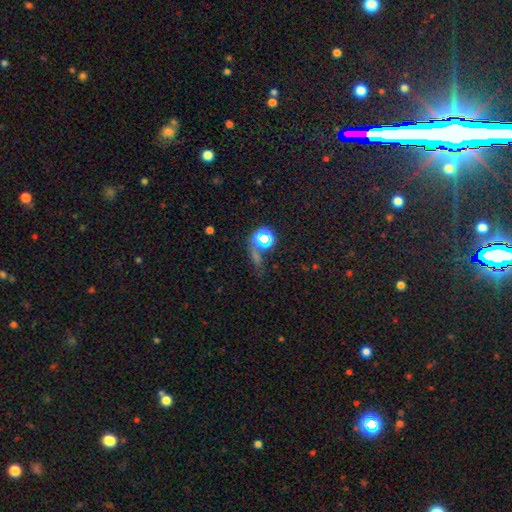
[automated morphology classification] star or artifact 52%, smooth 34%, featured or disk 14%.